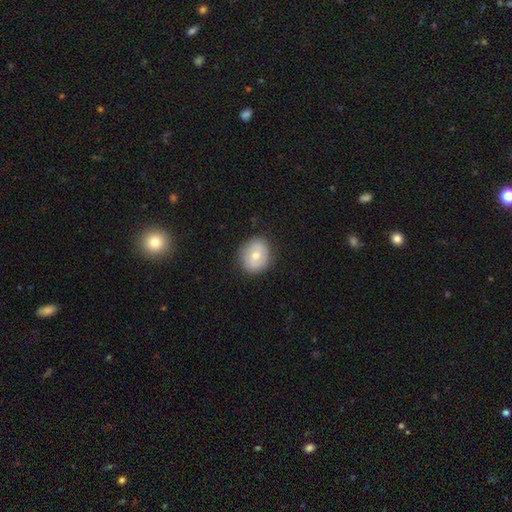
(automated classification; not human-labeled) A smooth galaxy with no disk features (55%) that is round (68%).

Vote fractions:
- Smooth or featured? smooth: 55% / featured or disk: 39% / star or artifact: 7%
- How rounded? round: 68% / in between: 31% / cigar-shaped: 1%
- Merging? none: 84% / minor disturbance: 12% / major disturbance: 3% / merger: 1%